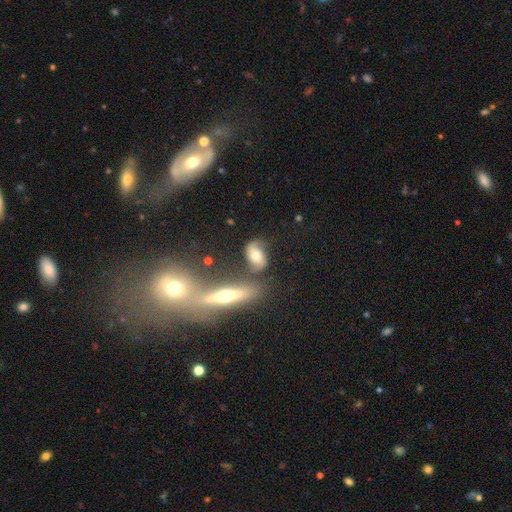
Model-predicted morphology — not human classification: Smooth or featured? featured or disk (47%)
Merging? none (59%)